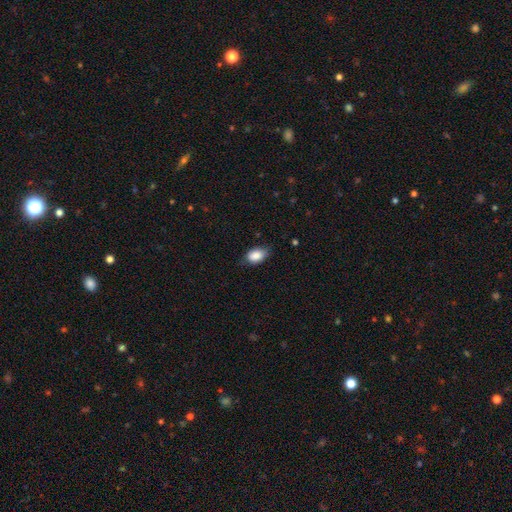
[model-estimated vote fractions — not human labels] smooth_or_featured: smooth (p=0.86) [alt: star or artifact p=0.07]
how_rounded: in between (p=0.86) [alt: round p=0.12]
merging: none (p=0.71) [alt: minor disturbance p=0.24]